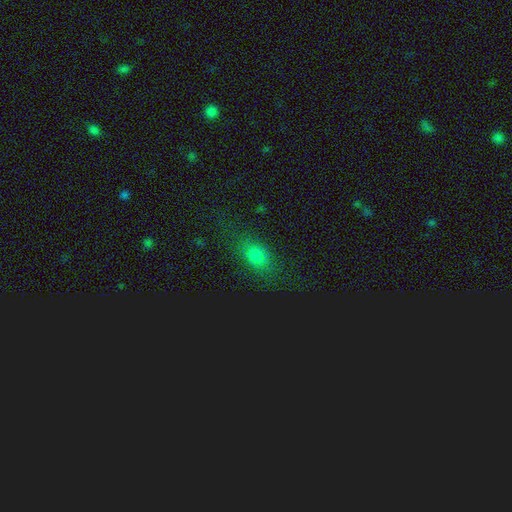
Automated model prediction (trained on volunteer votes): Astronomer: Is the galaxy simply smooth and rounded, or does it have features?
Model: smooth — 64%.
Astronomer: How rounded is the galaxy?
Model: in between — 64%.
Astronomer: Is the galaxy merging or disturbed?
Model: none — 76%.